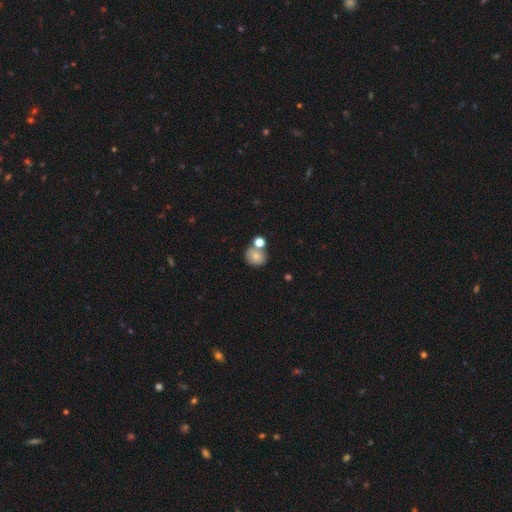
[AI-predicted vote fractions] smooth-or-featured: smooth: 76% | featured or disk: 14% | star or artifact: 11%
  how-rounded: round: 66% | in between: 33% | cigar-shaped: 1%
  merging: none: 53% | merger: 30% | minor disturbance: 13% | major disturbance: 4%